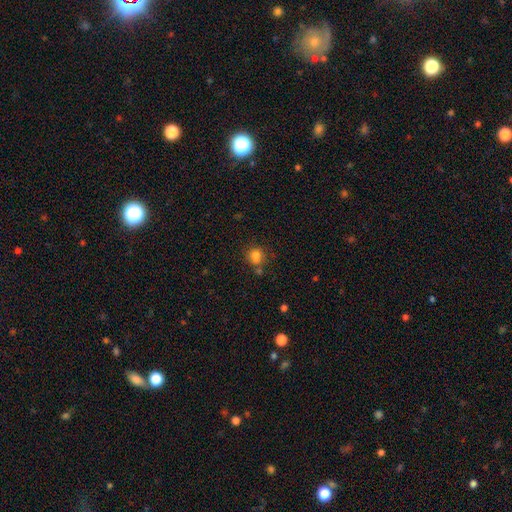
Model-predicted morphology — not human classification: Smooth or featured? Predicted: smooth (p=0.82). How rounded? Predicted: round (p=0.72). Merging? Predicted: none (p=0.66).